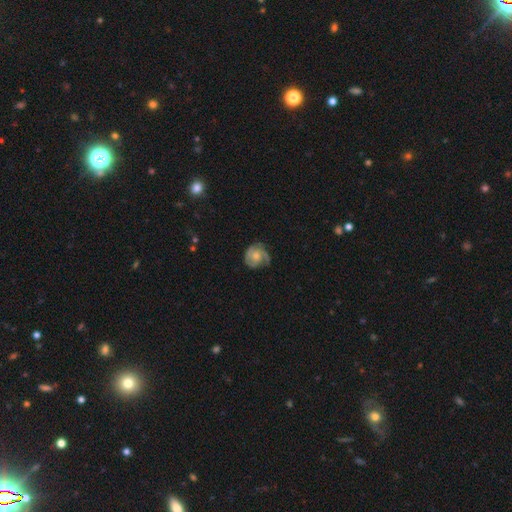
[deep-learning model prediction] Q: Smooth or featured?
A: featured or disk (79%); runner-up: smooth (15%)
Q: Edge-on disk?
A: no (98%); runner-up: yes (2%)
Q: Bar?
A: no (75%); runner-up: weak (21%)
Q: Spiral arms?
A: yes (96%); runner-up: no (4%)
Q: Spiral winding?
A: tight (58%); runner-up: medium (34%)
Q: Spiral arm count?
A: 3 (47%); runner-up: 2 (25%)
Q: Bulge size?
A: moderate (55%); runner-up: small (37%)
Q: Merging?
A: none (69%); runner-up: minor disturbance (22%)